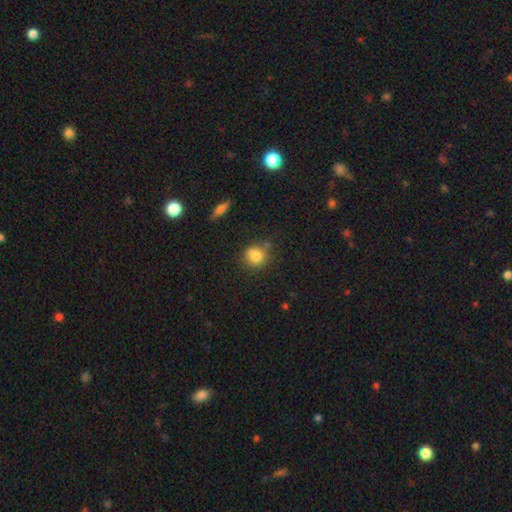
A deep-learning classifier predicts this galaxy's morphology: Smooth or featured? Predicted: smooth (p=0.80). How rounded? Predicted: round (p=0.81). Merging? Predicted: none (p=0.64).